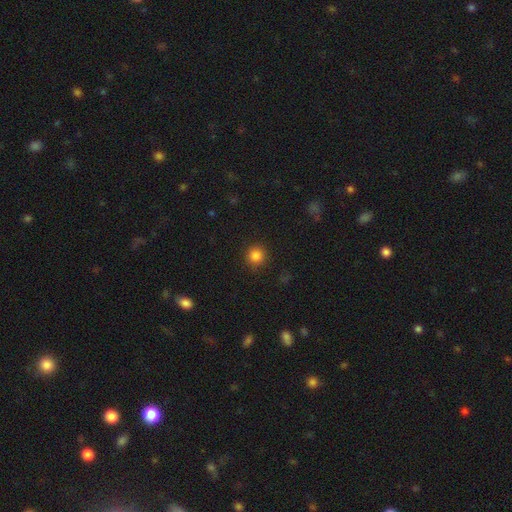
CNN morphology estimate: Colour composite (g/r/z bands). It shows a smooth galaxy with no disk features (84%) that is round (93%). Merging: none (89%).